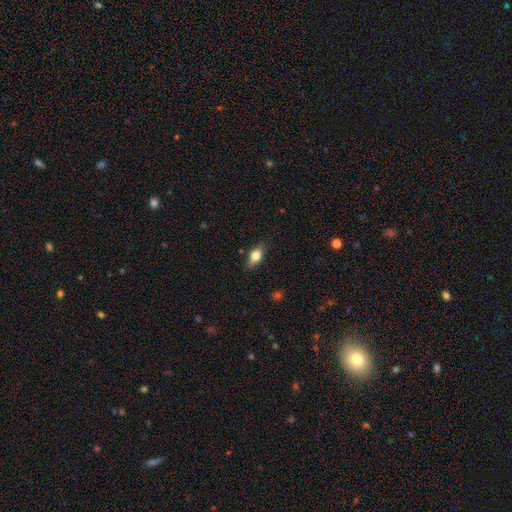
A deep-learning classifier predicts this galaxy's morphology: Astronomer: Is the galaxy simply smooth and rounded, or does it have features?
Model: smooth — 72%.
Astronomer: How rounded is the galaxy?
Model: in between — 81%.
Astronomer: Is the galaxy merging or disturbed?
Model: none — 83%.